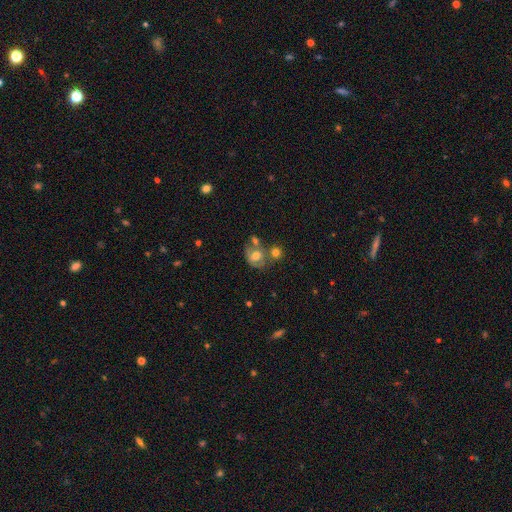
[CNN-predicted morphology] A smooth galaxy with no disk features (55%) that is round (65%). Merging: none (42%).